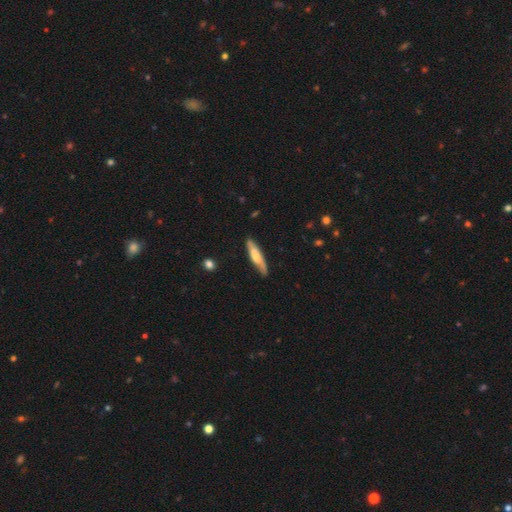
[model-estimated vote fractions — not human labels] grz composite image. It shows a smooth galaxy with no disk features (57%) that is cigar-shaped (82%). Merging: none (79%).